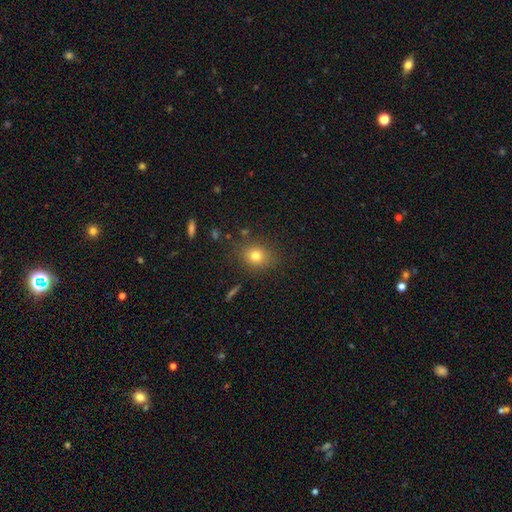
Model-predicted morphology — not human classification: Q: Smooth or featured?
A: smooth (77%); runner-up: star or artifact (13%)
Q: How rounded?
A: round (65%); runner-up: in between (33%)
Q: Merging?
A: none (83%); runner-up: minor disturbance (11%)